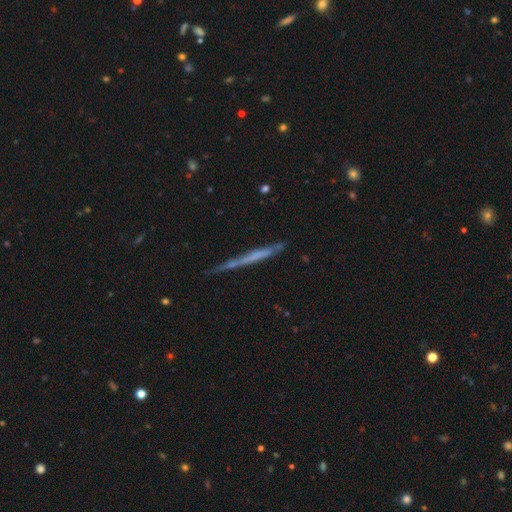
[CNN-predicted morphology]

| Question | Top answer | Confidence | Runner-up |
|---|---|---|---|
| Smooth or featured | featured or disk | 54% | smooth (38%) |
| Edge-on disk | yes | 93% | no (7%) |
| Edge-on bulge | none | 87% | boxy (7%) |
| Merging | none | 74% | minor disturbance (19%) |